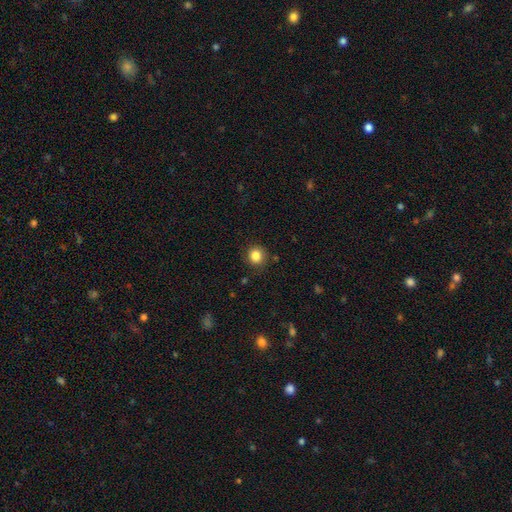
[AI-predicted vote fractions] Smooth or featured: smooth — 84% (star or artifact — 11%)
How rounded: round — 86% (in between — 13%)
Merging: none — 86% (minor disturbance — 10%)